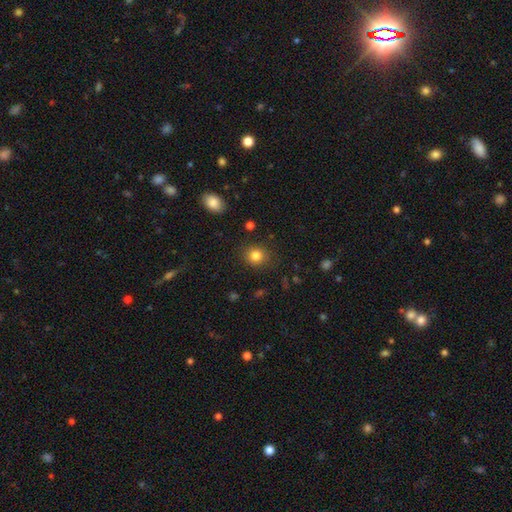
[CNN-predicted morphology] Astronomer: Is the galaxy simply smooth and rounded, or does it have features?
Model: smooth — 83%.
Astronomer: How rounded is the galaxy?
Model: round — 81%.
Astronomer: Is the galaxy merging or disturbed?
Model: none — 86%.